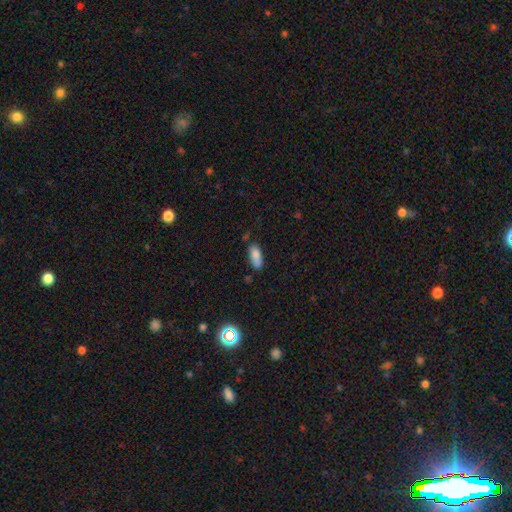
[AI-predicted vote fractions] Overall: smooth (81%). How rounded: in between (78%). Merging: none (60%; minor disturbance 25%).